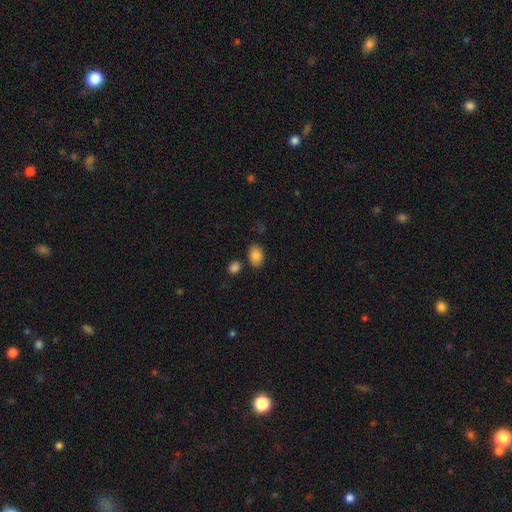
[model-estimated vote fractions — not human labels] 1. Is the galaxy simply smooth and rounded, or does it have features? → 84% smooth, 9% star or artifact, 8% featured or disk.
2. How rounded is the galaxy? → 81% in between, 18% round, 1% cigar-shaped.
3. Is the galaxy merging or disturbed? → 78% none, 13% minor disturbance, 7% merger, 3% major disturbance.